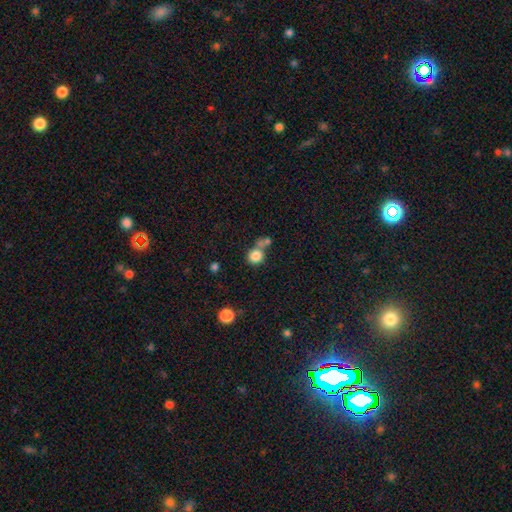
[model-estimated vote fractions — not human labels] Q: Smooth or featured?
A: smooth (82%); runner-up: star or artifact (10%)
Q: How rounded?
A: round (84%); runner-up: in between (15%)
Q: Merging?
A: none (45%); runner-up: merger (38%)